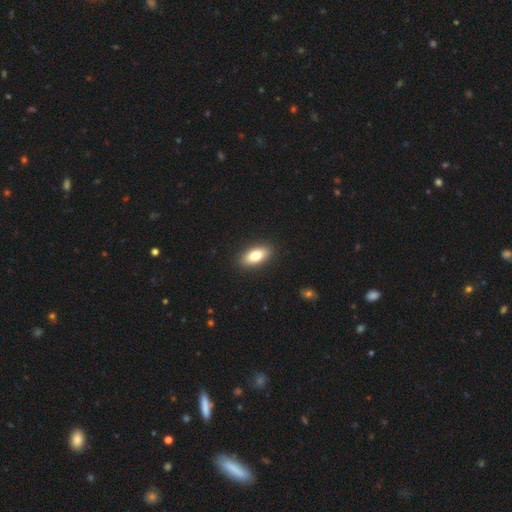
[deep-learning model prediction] Smooth or featured? smooth (78%)
How rounded? in between (87%)
Merging? none (90%)